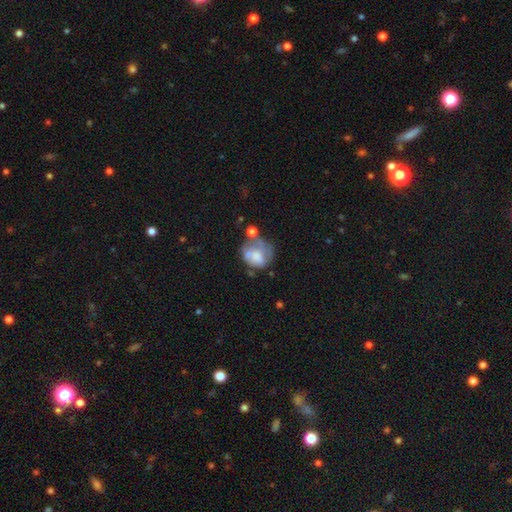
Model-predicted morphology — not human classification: This is possibly a smooth galaxy (53%). How rounded: possibly round (59%). Merging: marginally none (29%).